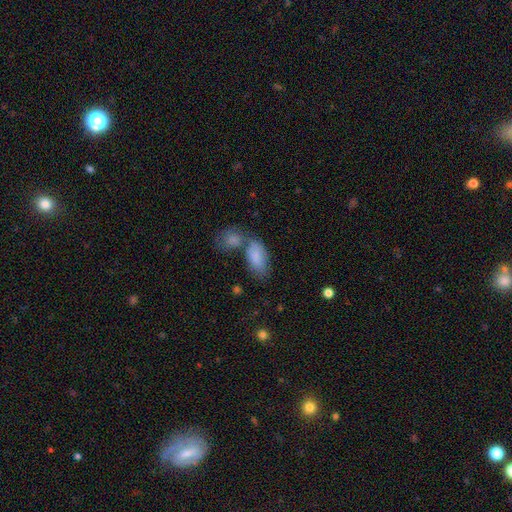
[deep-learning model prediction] Smooth or featured: smooth — 79% (featured or disk — 14%)
How rounded: in between — 92% (round — 4%)
Merging: merger — 39% (none — 37%)